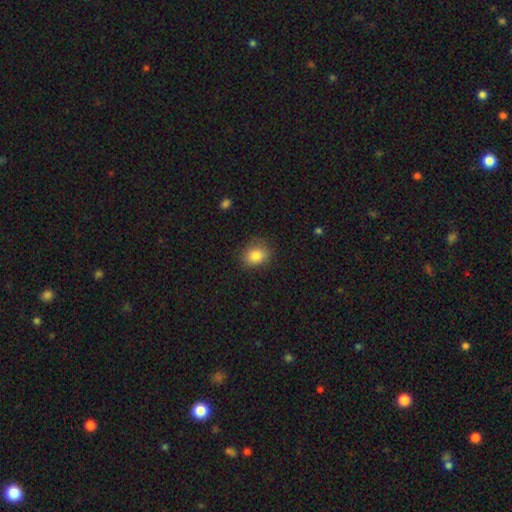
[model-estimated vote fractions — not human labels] Smooth or featured?
  - smooth: 84% *
  - star or artifact: 10%
  - featured or disk: 6%
How rounded?
  - round: 50% *
  - in between: 49%
  - cigar-shaped: 1%
Merging?
  - none: 81% *
  - minor disturbance: 14%
  - major disturbance: 3%
  - merger: 1%